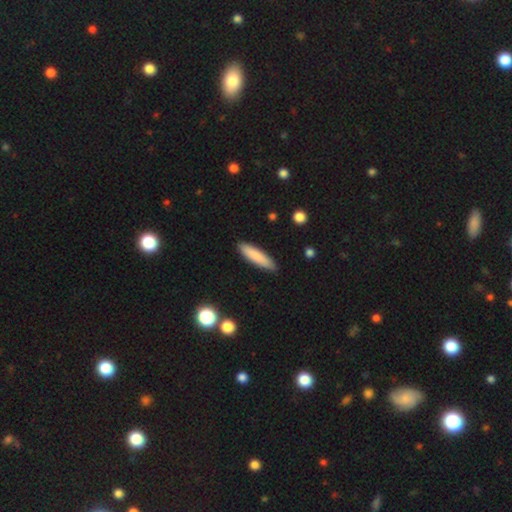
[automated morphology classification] Smooth or featured? Predicted: smooth (p=0.84). How rounded? Predicted: cigar-shaped (p=0.77). Merging? Predicted: none (p=0.88).